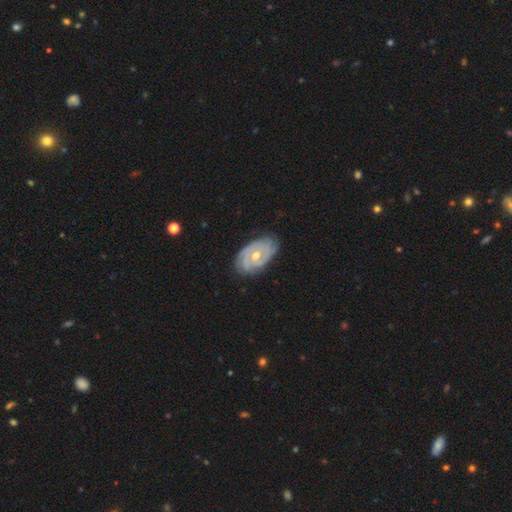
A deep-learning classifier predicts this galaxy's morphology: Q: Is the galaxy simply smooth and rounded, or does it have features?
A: featured or disk — 81%.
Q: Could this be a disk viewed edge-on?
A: no — 95%.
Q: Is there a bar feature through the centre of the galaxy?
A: no — 61%.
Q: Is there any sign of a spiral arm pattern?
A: yes — 88%.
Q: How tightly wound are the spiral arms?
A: tight — 69%.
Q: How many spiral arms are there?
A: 2 — 41%.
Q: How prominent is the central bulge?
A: moderate — 71%.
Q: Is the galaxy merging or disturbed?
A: none — 77%.